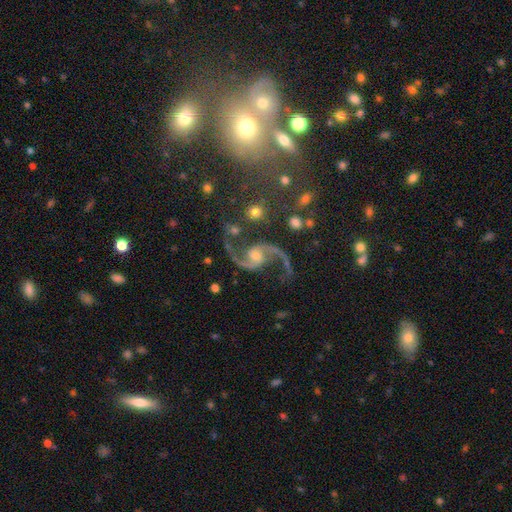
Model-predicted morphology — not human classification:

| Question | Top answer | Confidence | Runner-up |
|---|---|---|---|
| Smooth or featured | featured or disk | 93% | star or artifact (5%) |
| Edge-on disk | no | 98% | yes (2%) |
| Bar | no | 59% | weak (32%) |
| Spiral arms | yes | 98% | no (2%) |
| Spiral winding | loose | 72% | medium (24%) |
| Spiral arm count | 2 | 94% | 1 (2%) |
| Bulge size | moderate | 50% | small (36%) |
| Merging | none | 74% | minor disturbance (14%) |